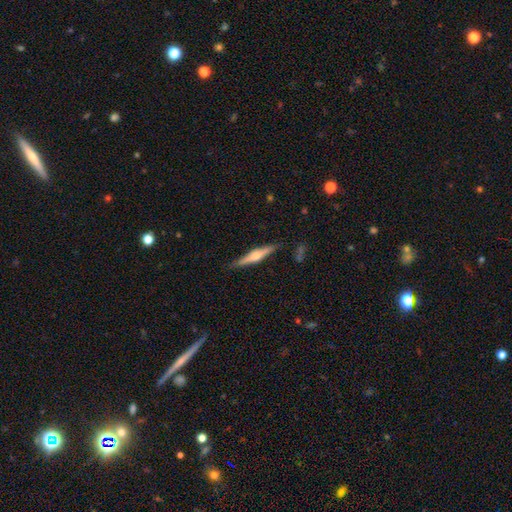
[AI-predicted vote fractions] Smooth or featured? featured or disk (61%)
Edge-on disk? yes (97%)
Edge-on bulge? rounded (77%)
Merging? none (86%)